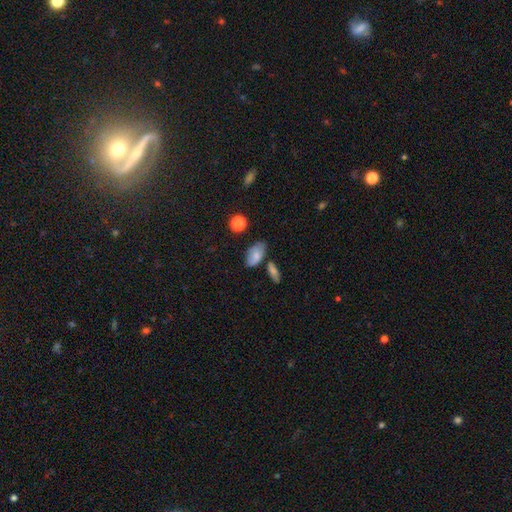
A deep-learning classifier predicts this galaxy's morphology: smooth_or_featured: smooth (p=0.78) [alt: featured or disk p=0.14]
how_rounded: in between (p=0.92) [alt: round p=0.06]
merging: none (p=0.62) [alt: minor disturbance p=0.23]